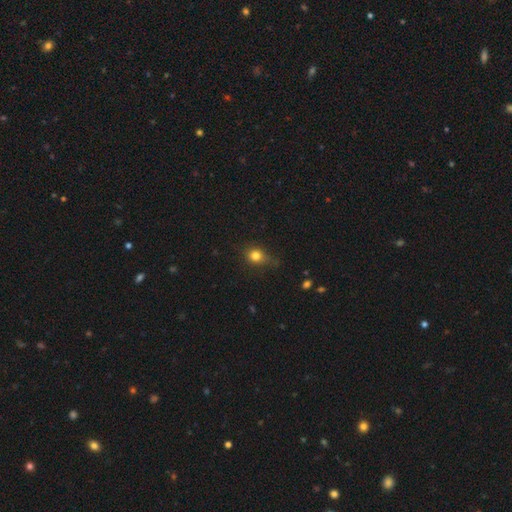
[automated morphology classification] Smooth or featured?
  - smooth: 80% *
  - star or artifact: 12%
  - featured or disk: 7%
How rounded?
  - round: 72% *
  - in between: 26%
  - cigar-shaped: 2%
Merging?
  - none: 65% *
  - minor disturbance: 26%
  - major disturbance: 8%
  - merger: 2%